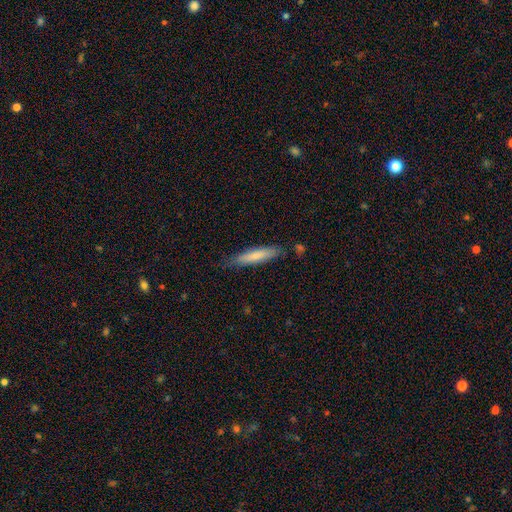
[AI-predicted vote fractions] This is likely a smooth galaxy (74%). How rounded: clearly cigar-shaped (85%). Merging: clearly none (80%).